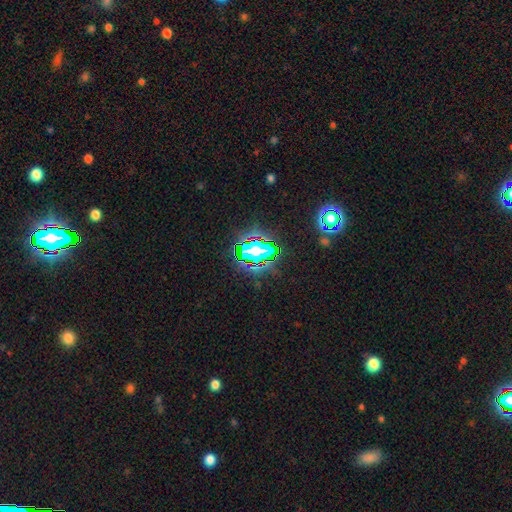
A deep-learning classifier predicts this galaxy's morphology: type=star or artifact (72%).